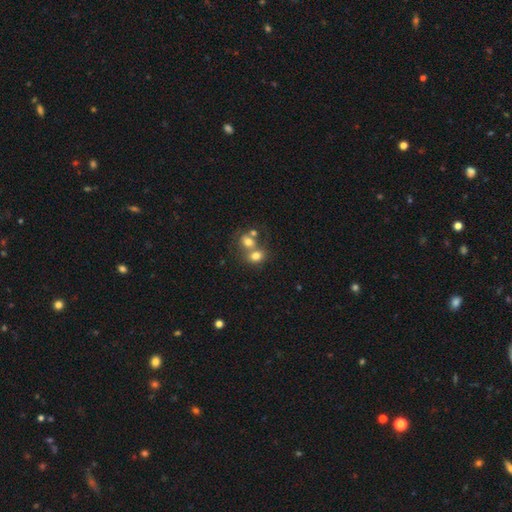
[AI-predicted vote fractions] A smooth galaxy with no disk features (73%) that is round (53%). Merging: merger (60%).